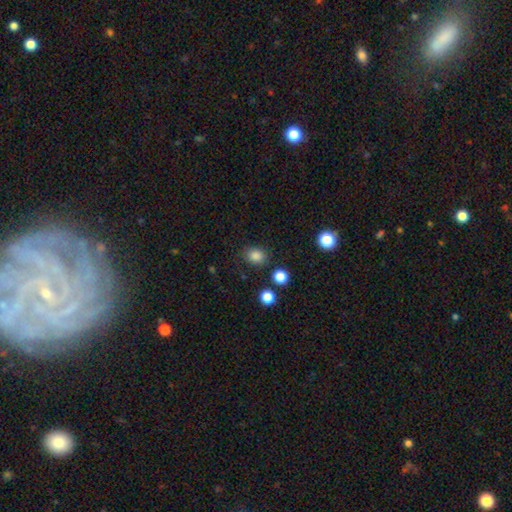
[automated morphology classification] Smooth or featured? smooth (84%)
How rounded? round (56%)
Merging? none (84%)